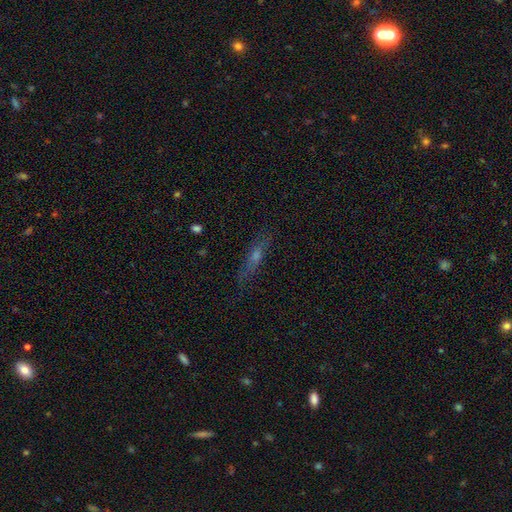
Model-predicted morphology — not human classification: Smooth or featured: featured or disk — 51% (smooth — 31%)
Edge-on disk: yes — 78% (no — 22%)
Merging: none — 80% (minor disturbance — 14%)